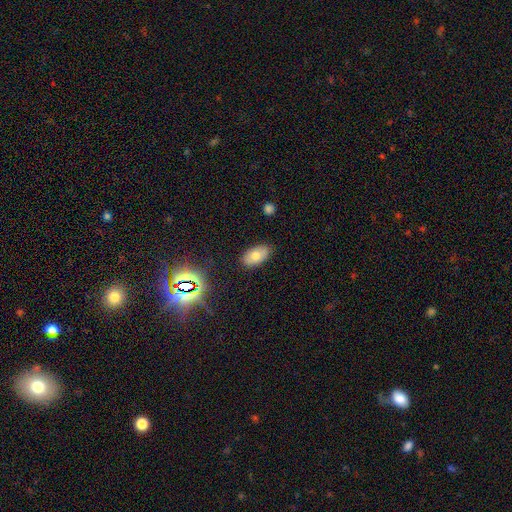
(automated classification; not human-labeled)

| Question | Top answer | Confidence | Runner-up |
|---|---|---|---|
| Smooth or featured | smooth | 68% | featured or disk (19%) |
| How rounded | in between | 92% | round (6%) |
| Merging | none | 84% | minor disturbance (12%) |